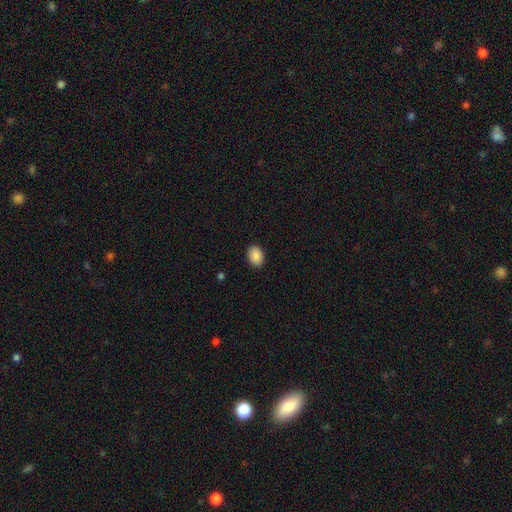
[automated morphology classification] Q: Smooth or featured?
A: smooth (89%); runner-up: star or artifact (7%)
Q: How rounded?
A: in between (77%); runner-up: round (22%)
Q: Merging?
A: none (90%); runner-up: minor disturbance (7%)